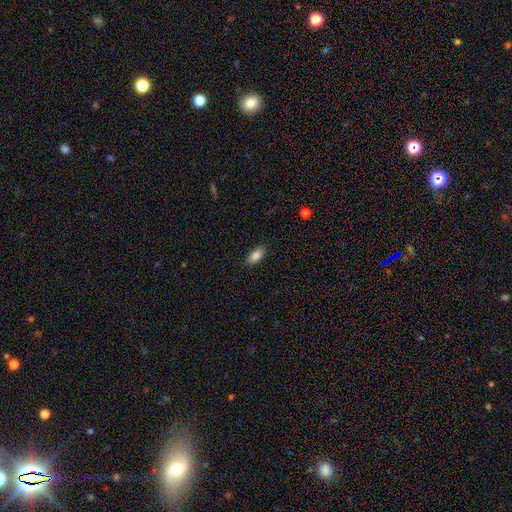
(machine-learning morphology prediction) A smooth galaxy with no disk features (87%) that is in between round and cigar-shaped (87%). Merging: none (86%).